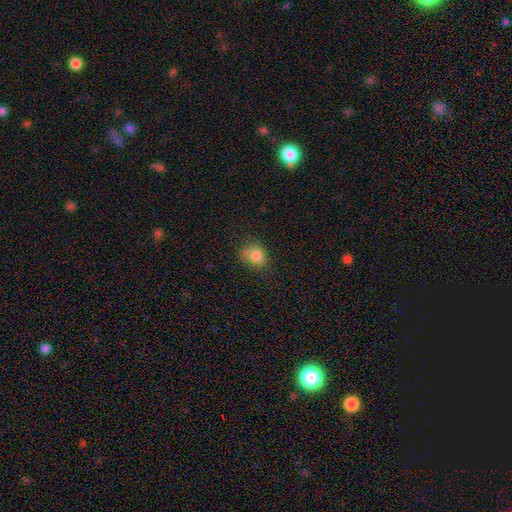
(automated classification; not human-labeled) The model was most divided on "how rounded": round: 57%, in between: 42%, cigar-shaped: 1%. More confident: smooth or featured — smooth (84%); merging — none (68%).